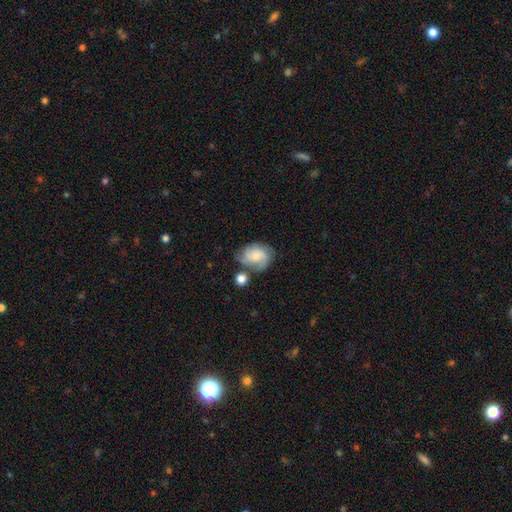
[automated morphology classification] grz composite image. It shows a featured or disk galaxy (57%) with no bar (68%), spiral arms (87%) and a small central bulge (50%). Merging: none (49%).